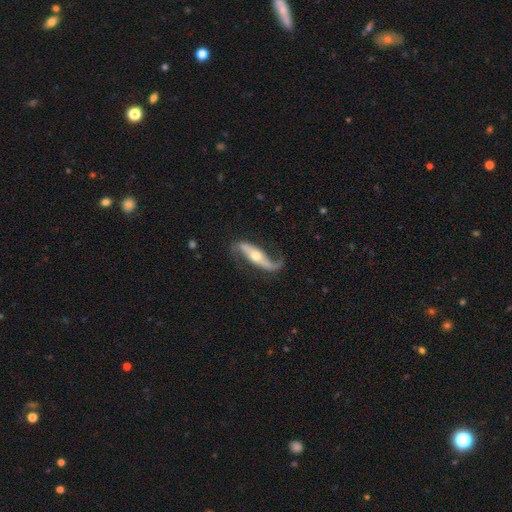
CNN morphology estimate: smooth_or_featured: featured or disk (p=0.84) [alt: smooth p=0.11]
disk_edge_on: no (p=0.78) [alt: yes p=0.22]
bar: strong (p=0.42) [alt: no p=0.37]
has_spiral_arms: yes (p=0.94) [alt: no p=0.06]
spiral_winding: loose (p=0.77) [alt: medium p=0.16]
spiral_arm_count: 2 (p=0.82) [alt: 1 p=0.13]
bulge_size: moderate (p=0.67) [alt: small p=0.25]
merging: none (p=0.64) [alt: minor disturbance p=0.19]